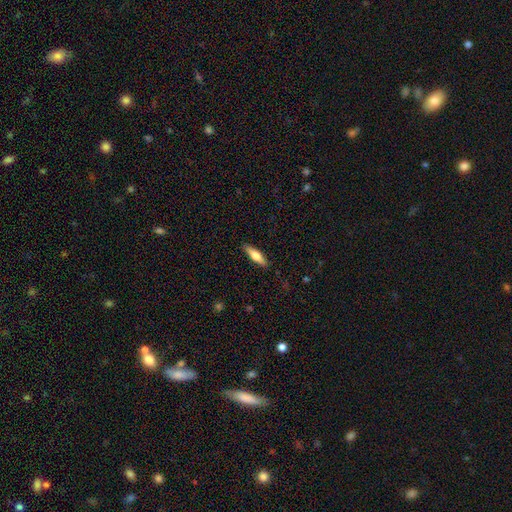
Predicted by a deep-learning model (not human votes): Smooth or featured? smooth (60%)
How rounded? cigar-shaped (63%)
Merging? none (89%)